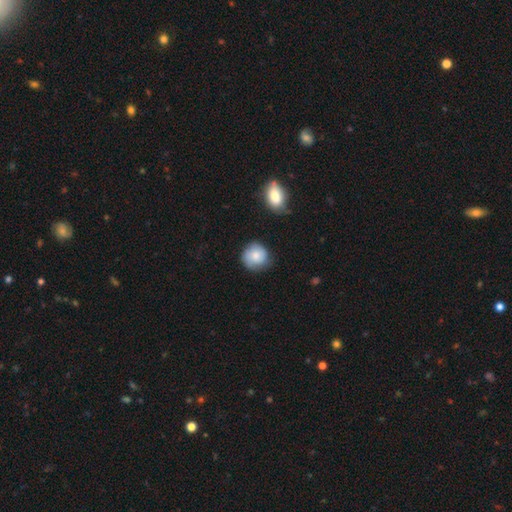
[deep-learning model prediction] This is likely a smooth galaxy (76%). How rounded: clearly round (86%). Merging: likely none (68%).